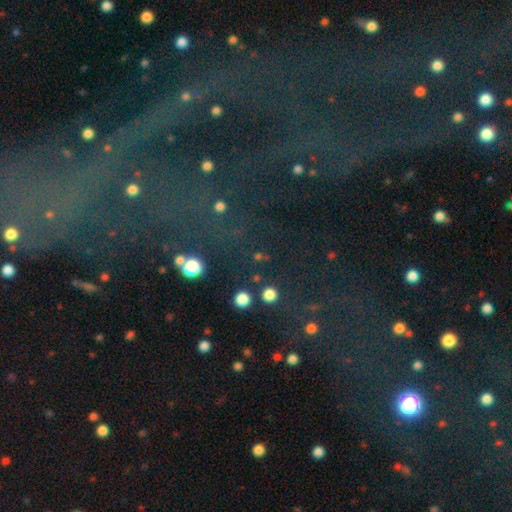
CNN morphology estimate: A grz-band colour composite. It shows a star or artifact, not a galaxy (71%).